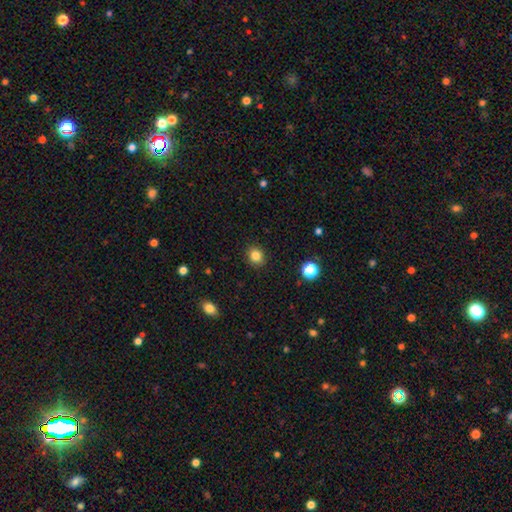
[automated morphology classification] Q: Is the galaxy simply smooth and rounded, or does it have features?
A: smooth — 84%.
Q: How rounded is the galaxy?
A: round — 77%.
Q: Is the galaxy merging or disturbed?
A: none — 91%.